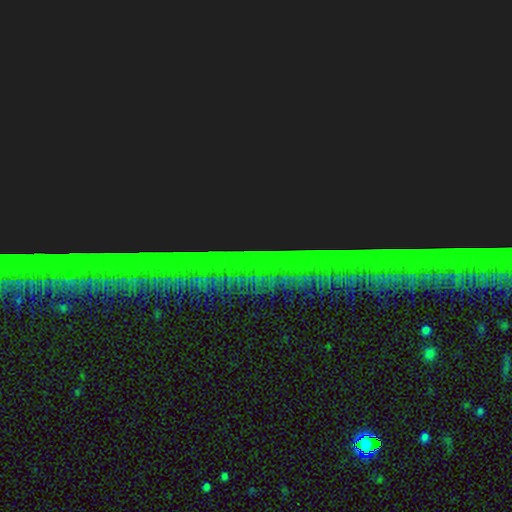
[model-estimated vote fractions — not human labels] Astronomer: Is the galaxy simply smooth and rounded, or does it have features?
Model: star or artifact — 88%.